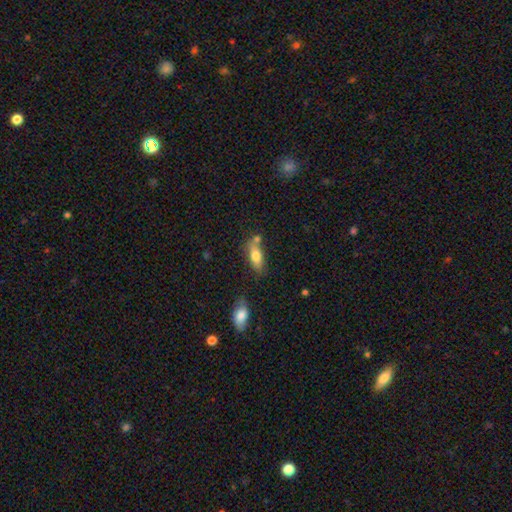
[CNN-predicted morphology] Smooth or featured: smooth — 75% (featured or disk — 17%)
How rounded: in between — 76% (cigar-shaped — 20%)
Merging: none — 56% (merger — 19%)